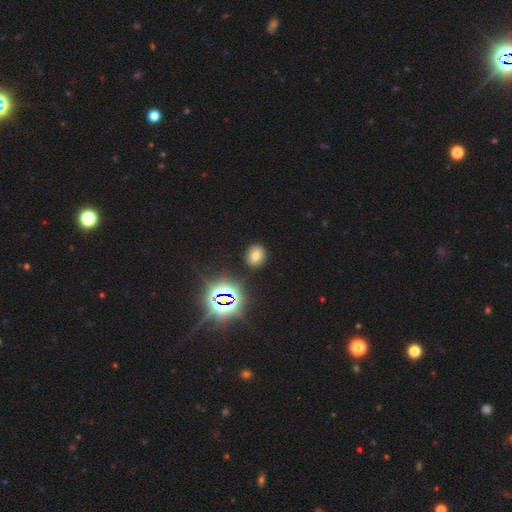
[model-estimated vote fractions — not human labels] A smooth galaxy with no disk features (67%) that is round (52%). Merging: none (88%).